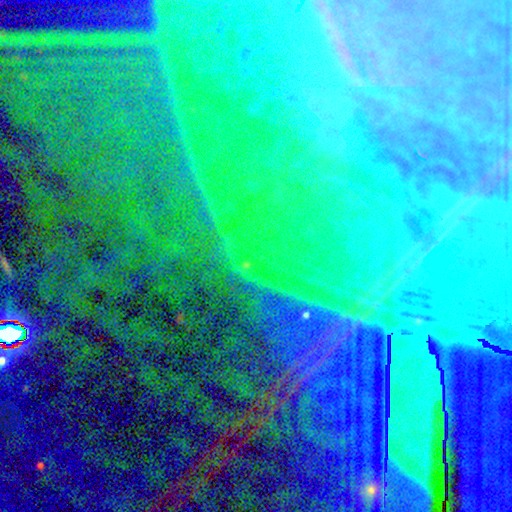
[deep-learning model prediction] Smooth or featured? star or artifact (83%)